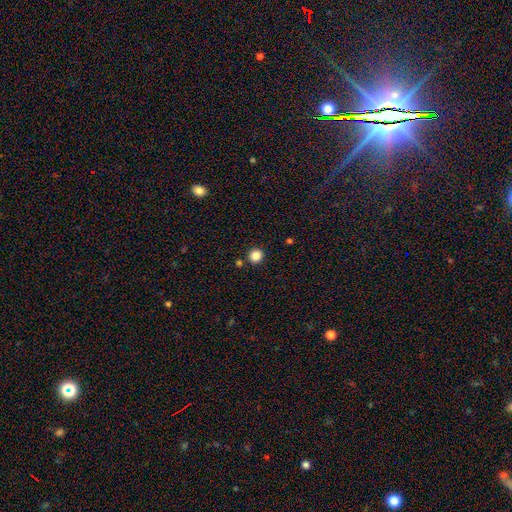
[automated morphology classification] This appears to be a smooth galaxy with no disk features (85%) that is round (92%). Merging: none (88%).